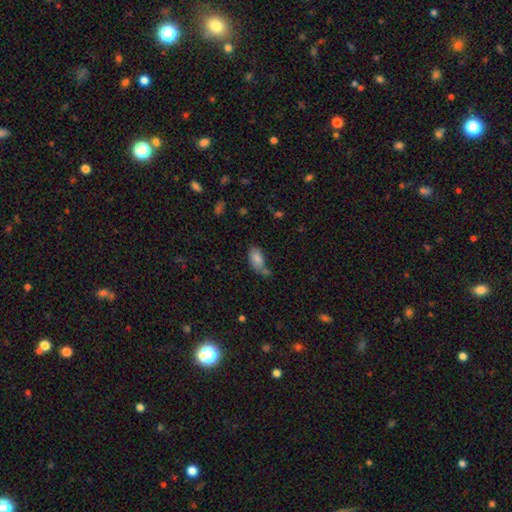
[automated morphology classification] A smooth galaxy with no disk features (75%) that is in between round and cigar-shaped (89%).

Vote fractions:
- Smooth or featured? smooth: 75% / star or artifact: 14% / featured or disk: 11%
- How rounded? in between: 89% / cigar-shaped: 6% / round: 5%
- Merging? none: 50% / minor disturbance: 22% / merger: 19% / major disturbance: 10%